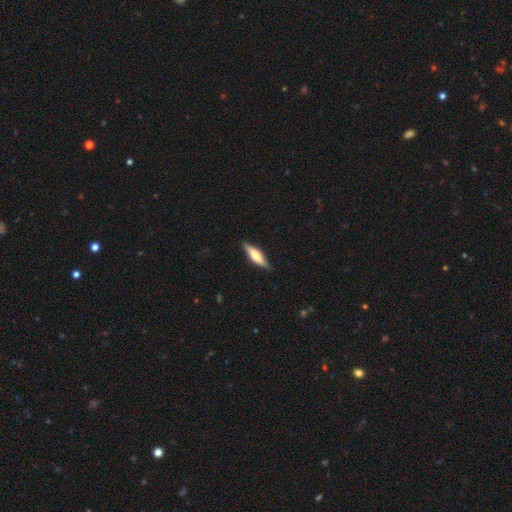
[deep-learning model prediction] A smooth galaxy with no disk features (50%). Merging: none (87%).